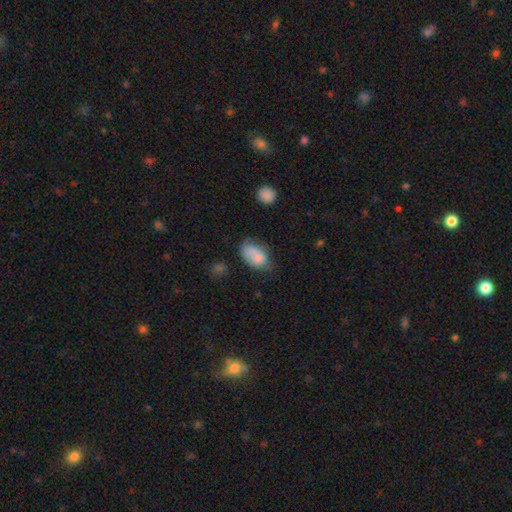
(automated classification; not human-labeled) smooth-or-featured: smooth: 76% | featured or disk: 16% | star or artifact: 8%
  how-rounded: in between: 89% | round: 9% | cigar-shaped: 2%
  merging: none: 42% | minor disturbance: 34% | major disturbance: 16% | merger: 9%